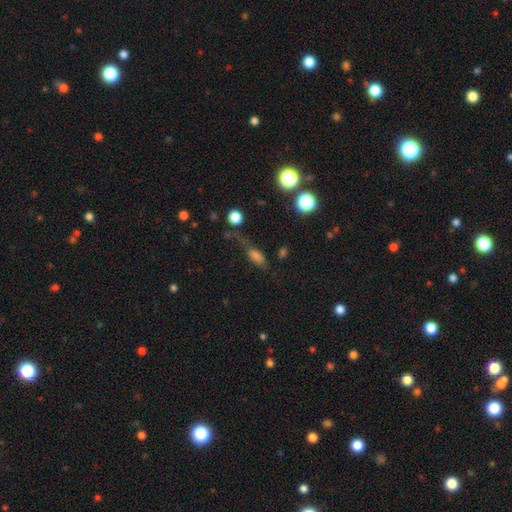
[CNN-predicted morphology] smooth 58%, featured or disk 23%, star or artifact 19%. Down the decision tree: how rounded — in between (62%); merging — none (42%).